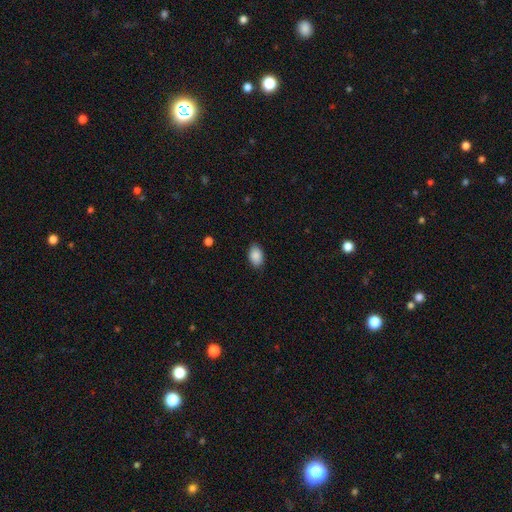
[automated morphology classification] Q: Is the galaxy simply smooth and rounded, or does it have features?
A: smooth — 89%.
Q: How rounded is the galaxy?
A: in between — 89%.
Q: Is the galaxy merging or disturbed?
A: none — 87%.